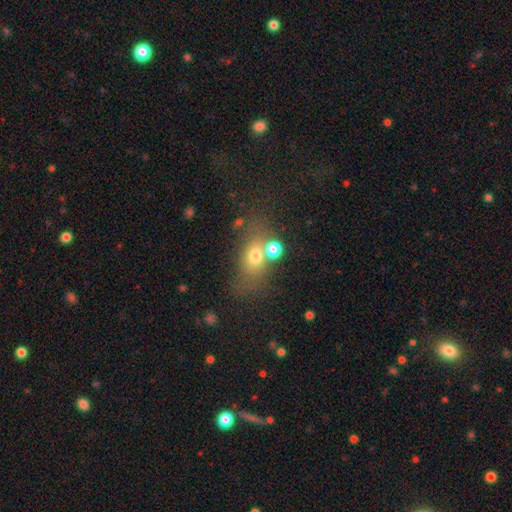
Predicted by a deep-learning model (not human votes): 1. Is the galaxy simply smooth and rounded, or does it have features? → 67% smooth, 18% featured or disk, 15% star or artifact.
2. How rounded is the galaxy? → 62% in between, 33% round, 5% cigar-shaped.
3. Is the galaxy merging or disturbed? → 48% none, 29% merger, 14% minor disturbance, 9% major disturbance.